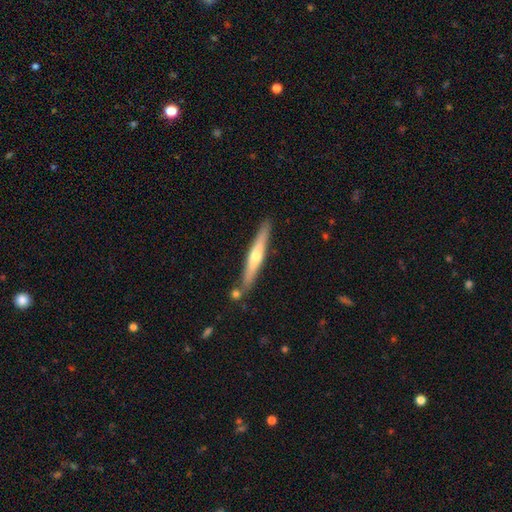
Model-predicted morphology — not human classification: Smooth or featured? Predicted: featured or disk (p=0.59). Edge-on disk? Predicted: yes (p=0.94). Edge-on bulge? Predicted: rounded (p=0.81). Merging? Predicted: none (p=0.83).